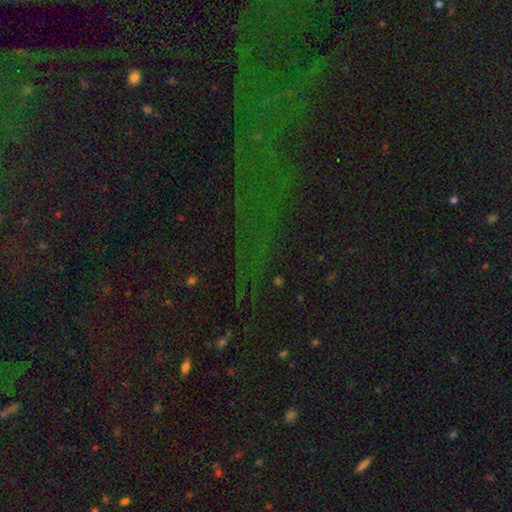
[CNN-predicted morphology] smooth-or-featured: star or artifact: 79% | smooth: 11% | featured or disk: 10%